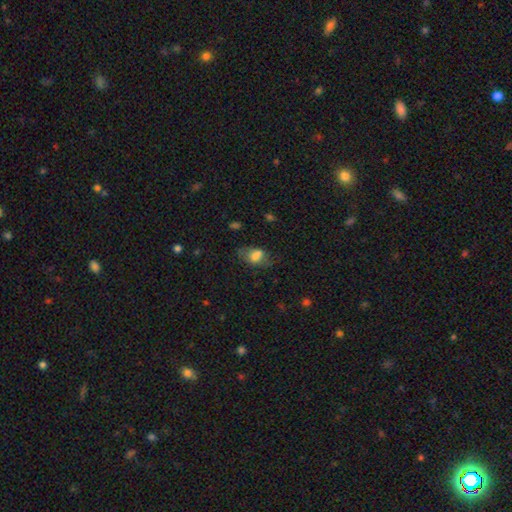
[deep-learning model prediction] smooth-or-featured: smooth: 67% | featured or disk: 22% | star or artifact: 11%
  how-rounded: in between: 84% | round: 13% | cigar-shaped: 3%
  merging: none: 51% | minor disturbance: 26% | major disturbance: 16% | merger: 7%